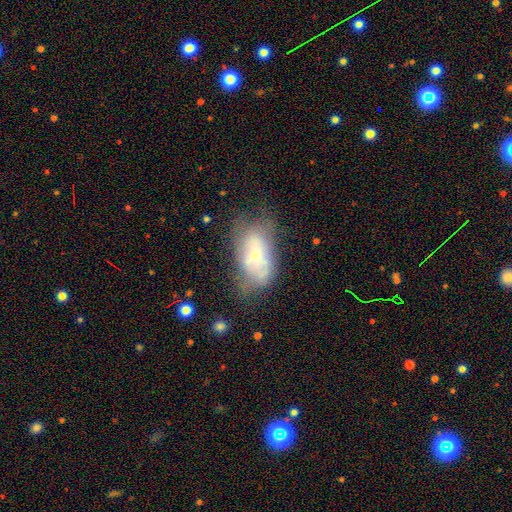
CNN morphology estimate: Smooth or featured?
  - smooth: 49% *
  - featured or disk: 42%
  - star or artifact: 10%
Merging?
  - none: 38% *
  - minor disturbance: 32%
  - major disturbance: 23%
  - merger: 7%